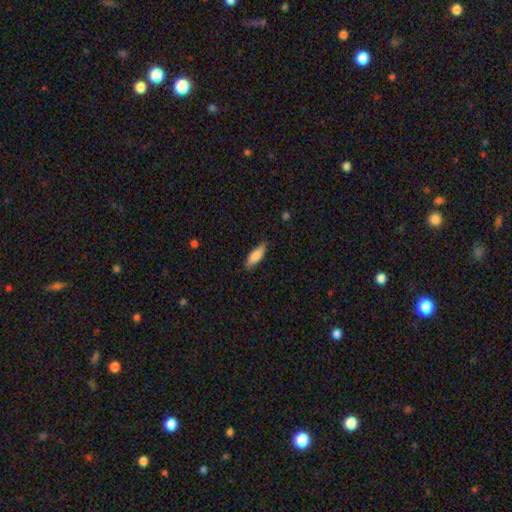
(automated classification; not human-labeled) smooth 81%, featured or disk 13%, star or artifact 6%. Down the decision tree: how rounded — in between (62%); merging — none (77%).